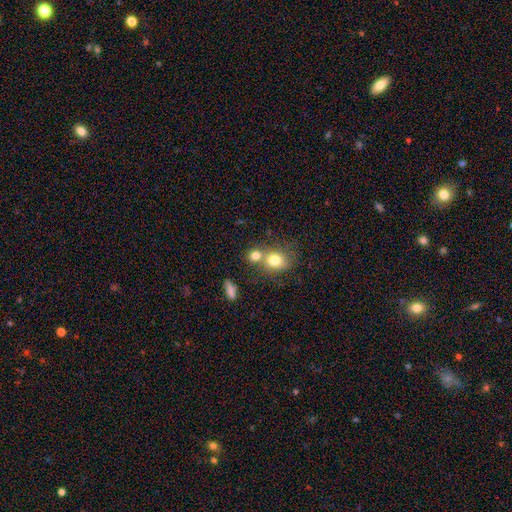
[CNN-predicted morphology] Smooth or featured? Predicted: smooth (p=0.77). How rounded? Predicted: round (p=0.71). Merging? Predicted: merger (p=0.48).